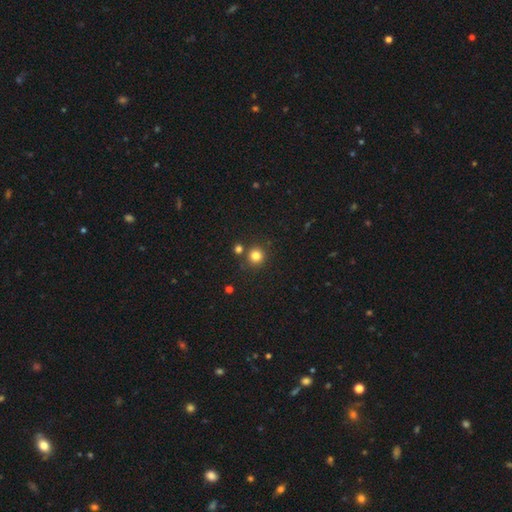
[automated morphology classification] Overall: smooth (82%). How rounded: round (93%). Merging: none (82%).